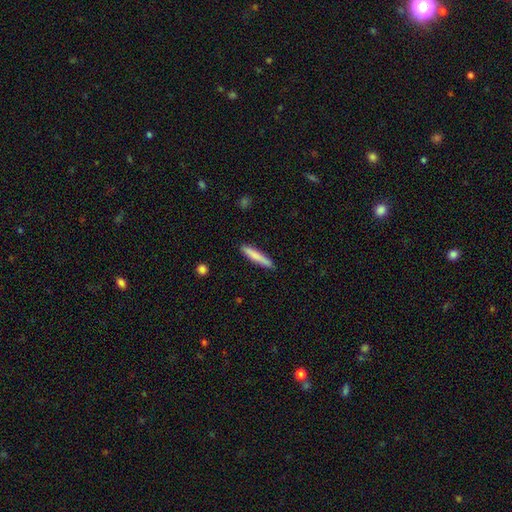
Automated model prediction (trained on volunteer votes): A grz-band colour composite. It shows a smooth galaxy with no disk features (81%) that is cigar-shaped (93%). Merging: none (88%).